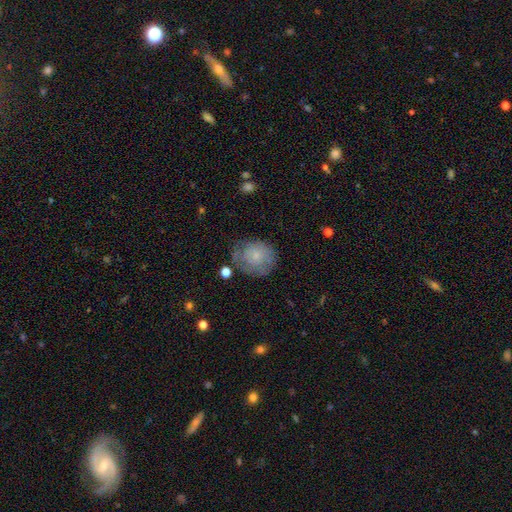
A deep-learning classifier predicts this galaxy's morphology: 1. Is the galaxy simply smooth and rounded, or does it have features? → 60% smooth, 31% featured or disk, 9% star or artifact.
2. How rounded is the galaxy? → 75% round, 24% in between, 1% cigar-shaped.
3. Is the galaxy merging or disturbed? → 57% none, 27% minor disturbance, 13% major disturbance, 3% merger.